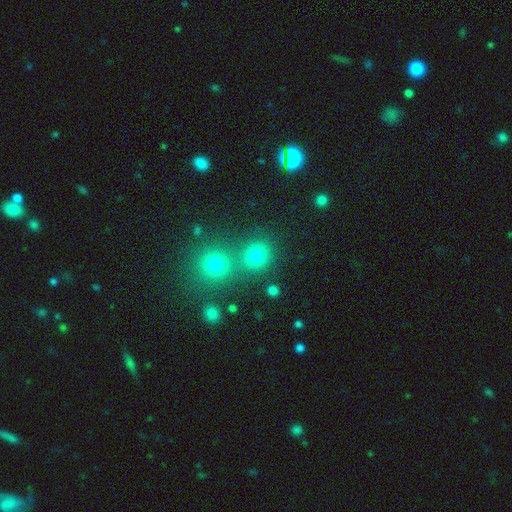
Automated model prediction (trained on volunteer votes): Overall: smooth (76%). How rounded: round (83%). Merging: none (65%).